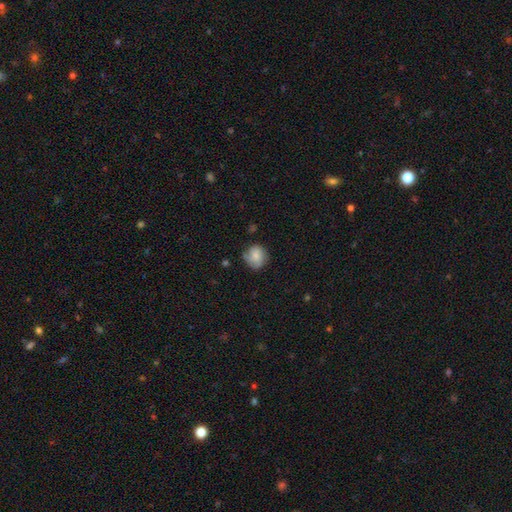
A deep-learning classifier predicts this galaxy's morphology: Smooth or featured: smooth — 69% (featured or disk — 23%)
How rounded: round — 79% (in between — 20%)
Merging: none — 65% (minor disturbance — 26%)